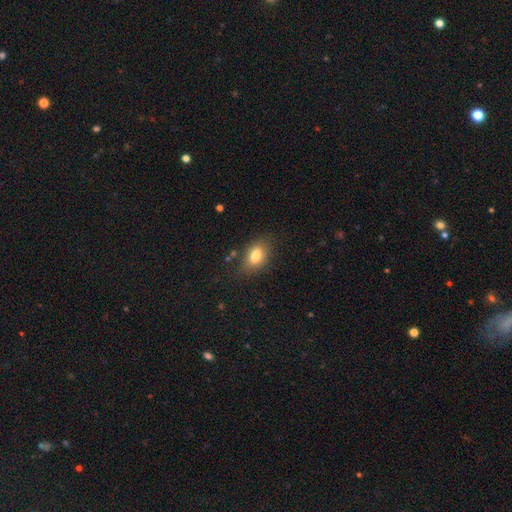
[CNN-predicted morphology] smooth-or-featured: smooth: 80% | featured or disk: 11% | star or artifact: 9%
  how-rounded: in between: 85% | round: 12% | cigar-shaped: 3%
  merging: none: 77% | minor disturbance: 16% | major disturbance: 5% | merger: 2%